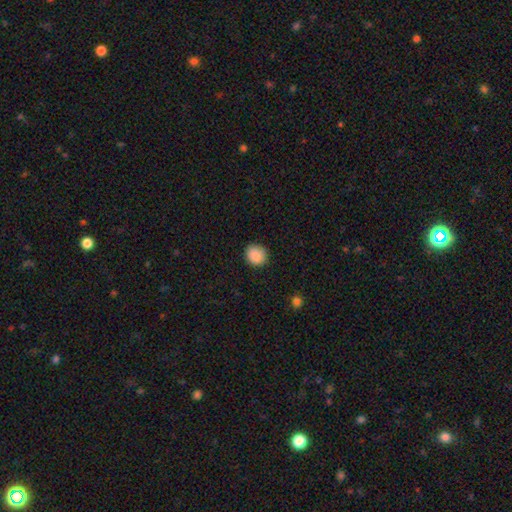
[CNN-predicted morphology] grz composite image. It shows a smooth galaxy with no disk features (88%) that is round (85%). Merging: none (89%).